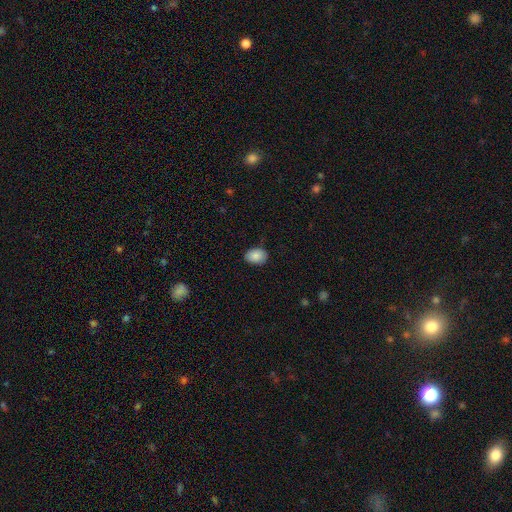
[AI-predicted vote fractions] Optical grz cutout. It shows a smooth galaxy with no disk features (88%) that is in between round and cigar-shaped (79%). Merging: none (83%).